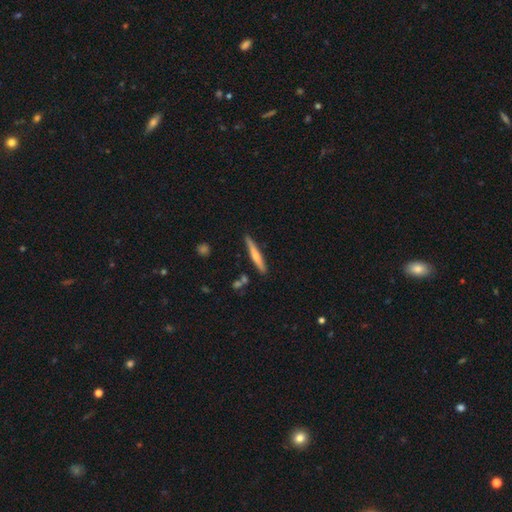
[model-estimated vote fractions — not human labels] Smooth or featured? Predicted: smooth (p=0.53). How rounded? Predicted: cigar-shaped (p=0.94). Merging? Predicted: none (p=0.85).